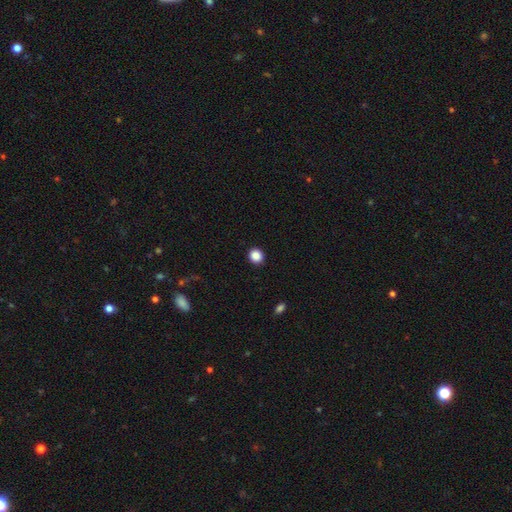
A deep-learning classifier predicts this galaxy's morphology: smooth-or-featured: smooth: 87% | star or artifact: 10% | featured or disk: 3%
  how-rounded: round: 83% | in between: 16% | cigar-shaped: 1%
  merging: none: 92% | minor disturbance: 5% | major disturbance: 2% | merger: 1%